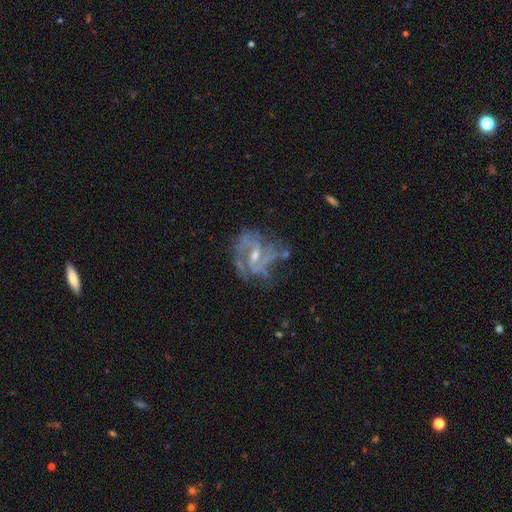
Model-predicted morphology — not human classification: Q: Smooth or featured?
A: featured or disk (82%); runner-up: smooth (9%)
Q: Edge-on disk?
A: no (97%); runner-up: yes (3%)
Q: Bar?
A: weak (52%); runner-up: no (32%)
Q: Spiral arms?
A: yes (85%); runner-up: no (15%)
Q: Spiral winding?
A: medium (46%); runner-up: tight (31%)
Q: Spiral arm count?
A: 2 (45%); runner-up: can't tell (25%)
Q: Bulge size?
A: moderate (47%); runner-up: small (45%)
Q: Merging?
A: none (47%); runner-up: major disturbance (25%)